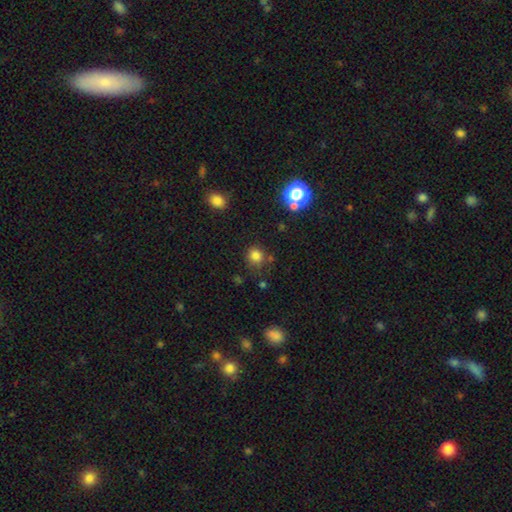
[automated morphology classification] Overall: smooth (79%). How rounded: round (85%). Merging: none (76%).